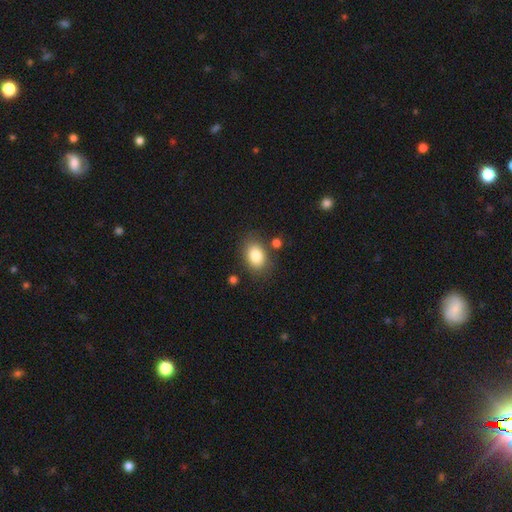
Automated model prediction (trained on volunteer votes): Smooth or featured: smooth — 84% (star or artifact — 8%)
How rounded: in between — 77% (round — 22%)
Merging: none — 77% (minor disturbance — 13%)